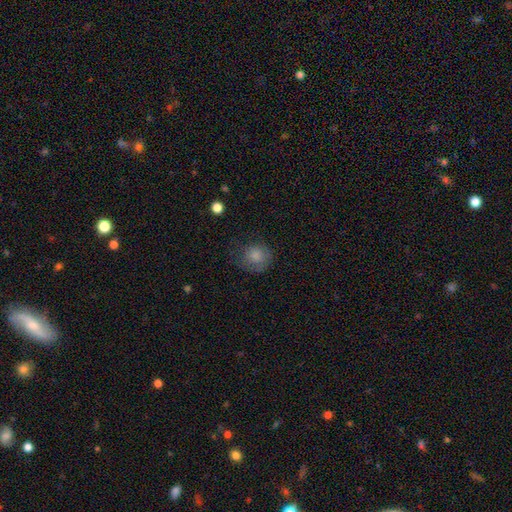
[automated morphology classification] smooth_or_featured: smooth (p=0.81) [alt: featured or disk p=0.10]
how_rounded: round (p=0.82) [alt: in between p=0.17]
merging: none (p=0.56) [alt: minor disturbance p=0.27]